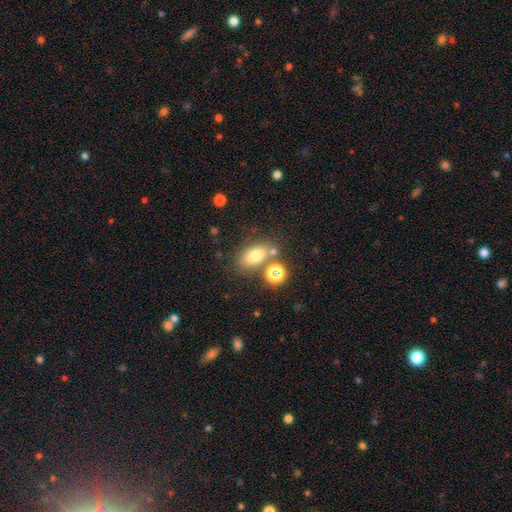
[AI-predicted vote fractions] A smooth galaxy with no disk features (73%) that is in between round and cigar-shaped (76%).

Vote fractions:
- Smooth or featured? smooth: 73% / star or artifact: 14% / featured or disk: 13%
- How rounded? in between: 76% / round: 20% / cigar-shaped: 4%
- Merging? none: 65% / merger: 17% / minor disturbance: 13% / major disturbance: 5%